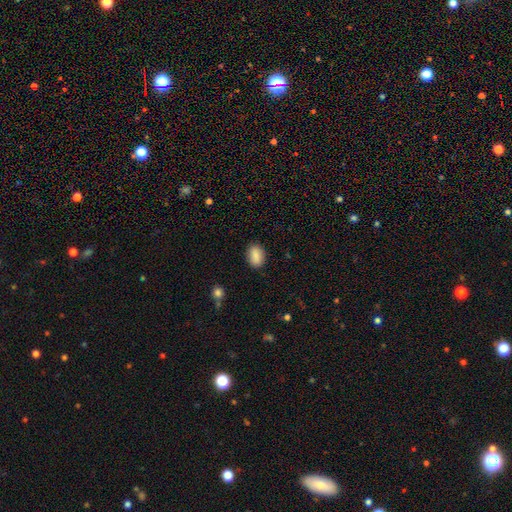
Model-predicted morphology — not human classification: type=smooth (88%); roundness=in between (84%); merging=none (87%).